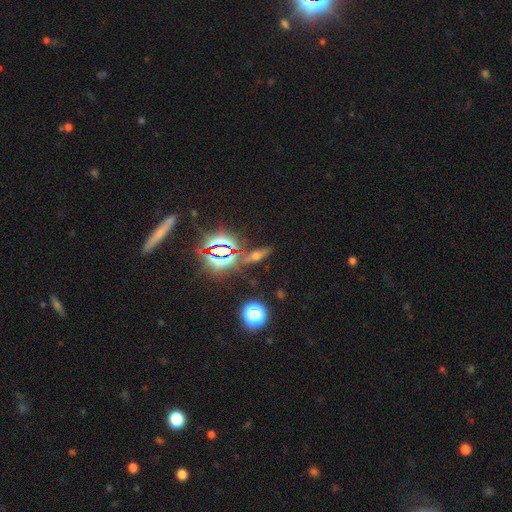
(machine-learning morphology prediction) A star or artifact, not a galaxy (36%).

Vote fractions:
- Smooth or featured? star or artifact: 36% / smooth: 33% / featured or disk: 31%